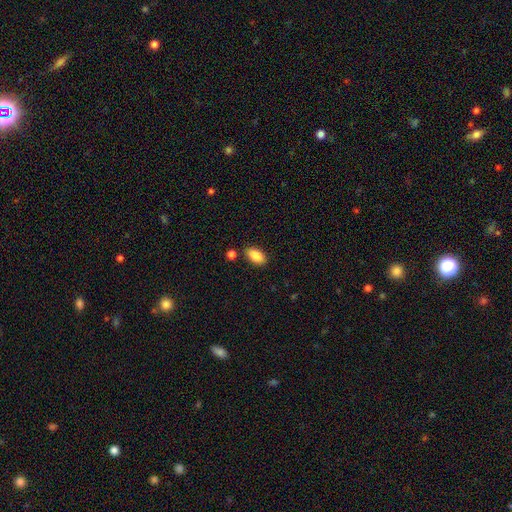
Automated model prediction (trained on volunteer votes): Morphology: type=smooth (88%); roundness=in between (93%); merging=none (83%).